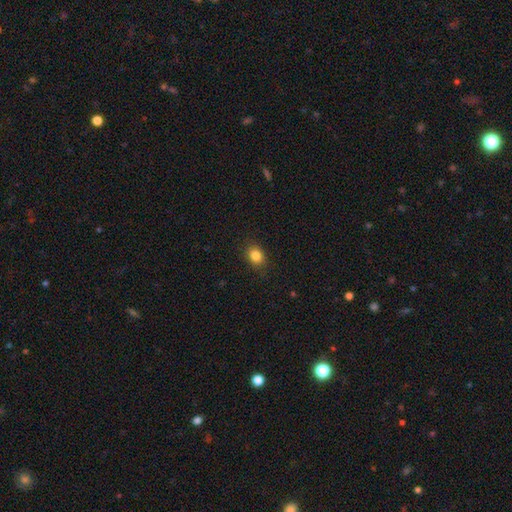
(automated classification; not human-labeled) A smooth galaxy with no disk features (84%) that is round (52%). Merging: none (87%).